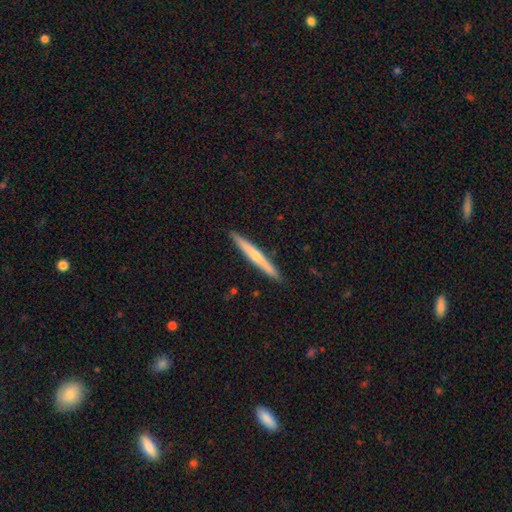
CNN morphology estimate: Q: Smooth or featured?
A: featured or disk (48%); runner-up: smooth (47%)
Q: Merging?
A: none (91%); runner-up: minor disturbance (6%)